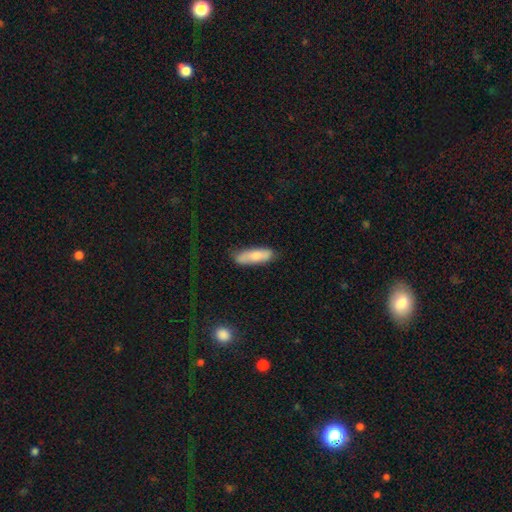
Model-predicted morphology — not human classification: Smooth or featured? smooth (75%)
How rounded? cigar-shaped (53%)
Merging? none (79%)